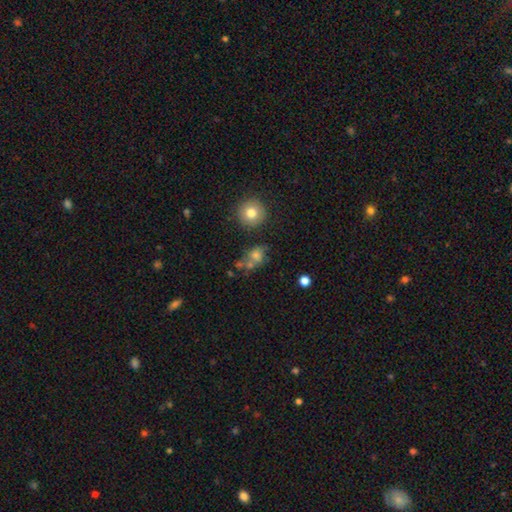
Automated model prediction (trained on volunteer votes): Smooth or featured? smooth (59%)
How rounded? round (62%)
Merging? none (49%)